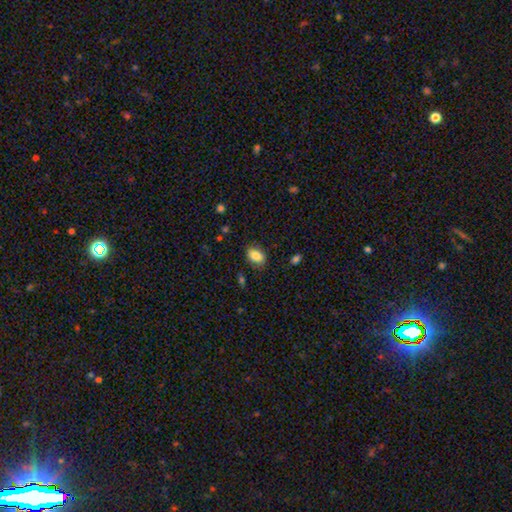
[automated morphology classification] A smooth galaxy with no disk features (85%) that is in between round and cigar-shaped (83%).

Vote fractions:
- Smooth or featured? smooth: 85% / star or artifact: 8% / featured or disk: 7%
- How rounded? in between: 83% / round: 16% / cigar-shaped: 1%
- Merging? none: 83% / minor disturbance: 12% / major disturbance: 3% / merger: 2%